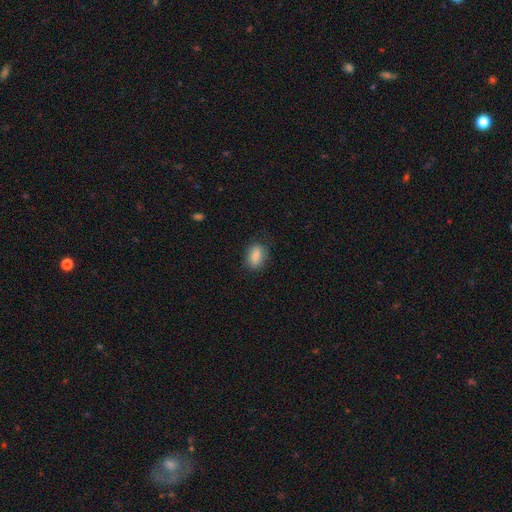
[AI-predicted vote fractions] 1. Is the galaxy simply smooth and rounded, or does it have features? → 82% smooth, 10% featured or disk, 8% star or artifact.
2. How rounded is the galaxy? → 80% in between, 16% round, 4% cigar-shaped.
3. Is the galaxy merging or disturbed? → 80% none, 15% minor disturbance, 4% major disturbance, 1% merger.